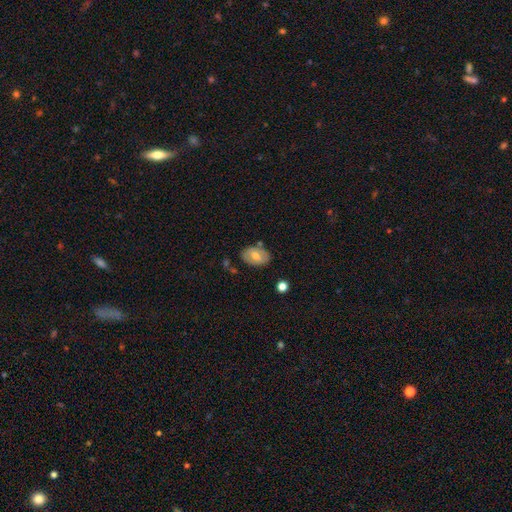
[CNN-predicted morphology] Overall: smooth (57%; featured or disk 35%). How rounded: in between (87%). Merging: none (78%).